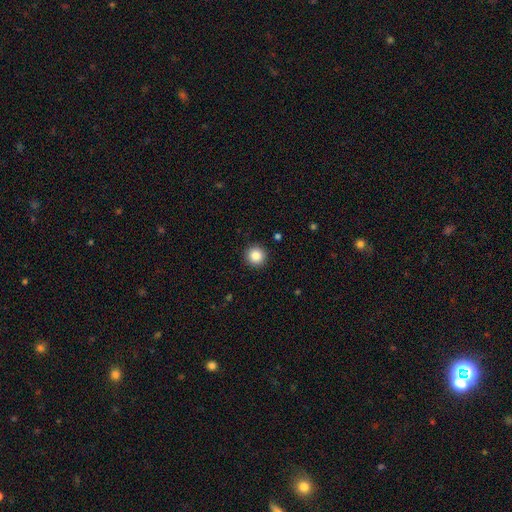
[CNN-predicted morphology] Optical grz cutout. It shows a smooth galaxy with no disk features (86%) that is round (95%). Merging: none (92%).